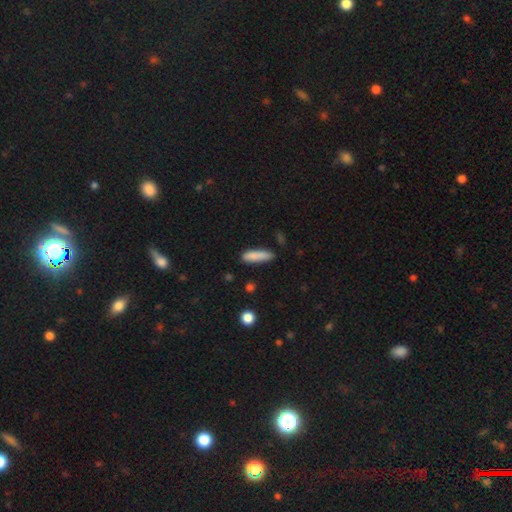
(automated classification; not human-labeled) Morphology: type=smooth (86%); roundness=cigar-shaped (67%); merging=none (76%).